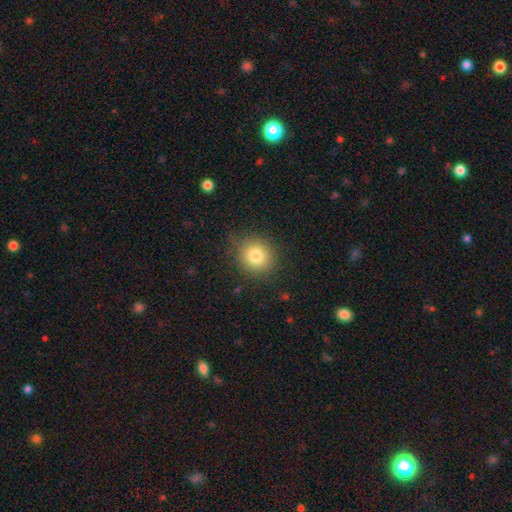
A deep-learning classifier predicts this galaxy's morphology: Overall: smooth (80%). How rounded: round (86%). Merging: none (82%).